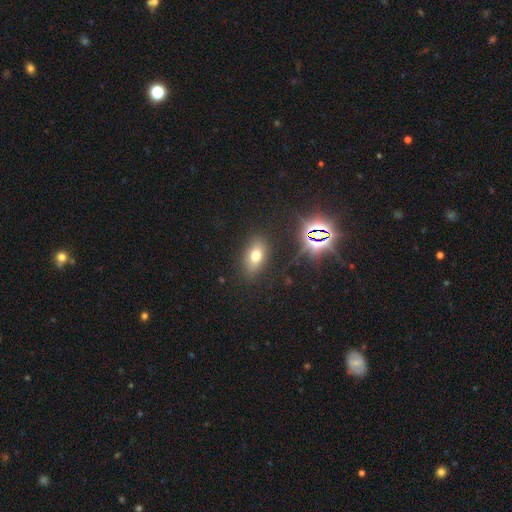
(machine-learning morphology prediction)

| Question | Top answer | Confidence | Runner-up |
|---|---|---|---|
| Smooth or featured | smooth | 64% | star or artifact (22%) |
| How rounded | in between | 84% | round (12%) |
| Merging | none | 83% | minor disturbance (11%) |